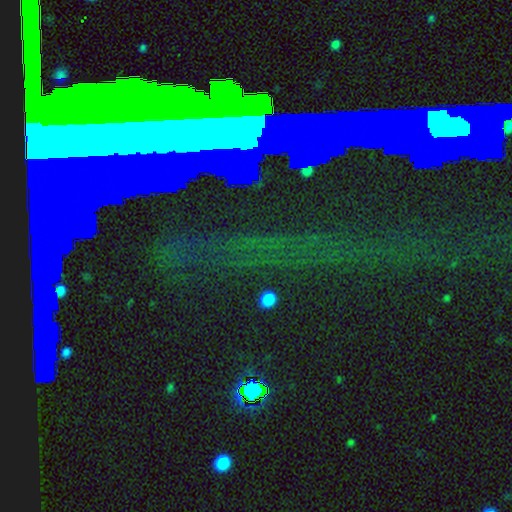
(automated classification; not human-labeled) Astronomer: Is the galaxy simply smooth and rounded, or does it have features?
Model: star or artifact — 71%.